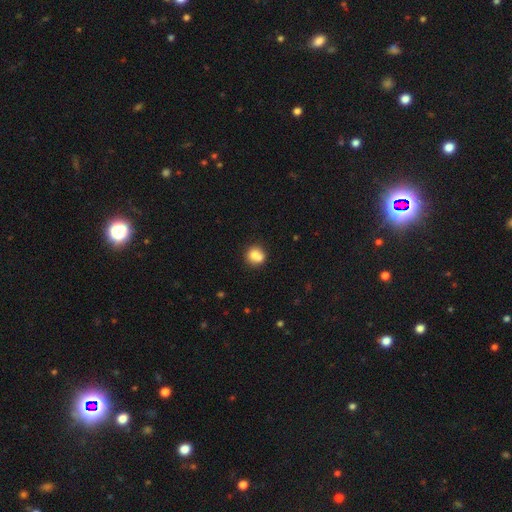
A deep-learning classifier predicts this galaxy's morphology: This appears to be a smooth galaxy with no disk features (74%) that is round (80%). Merging: none (44%).